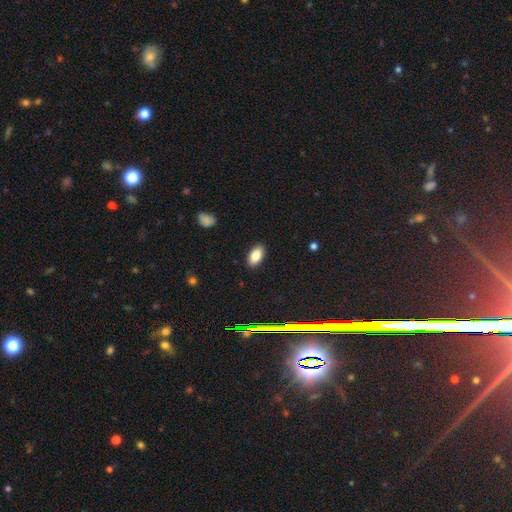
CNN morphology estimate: smooth_or_featured: smooth (p=0.83) [alt: star or artifact p=0.09]
how_rounded: in between (p=0.93) [alt: round p=0.04]
merging: none (p=0.89) [alt: minor disturbance p=0.08]